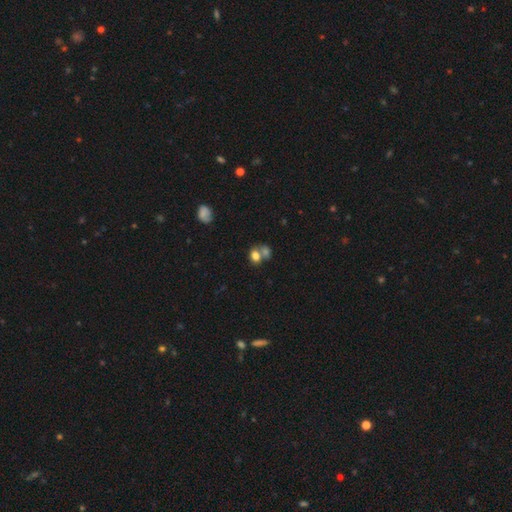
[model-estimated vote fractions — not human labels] Smooth or featured: smooth — 77% (featured or disk — 12%)
How rounded: in between — 59% (round — 40%)
Merging: merger — 56% (none — 31%)